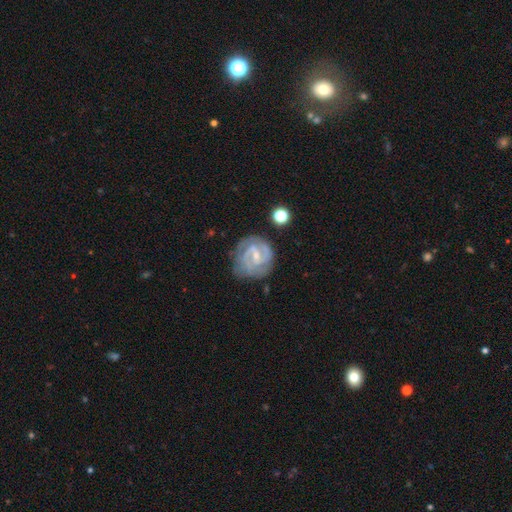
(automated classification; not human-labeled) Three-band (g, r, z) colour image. It shows a featured or disk galaxy (84%) with a weak bar (56%), 2 (59%) tight (49%) spiral arms (95%) and a small central bulge (67%). Merging: none (69%).